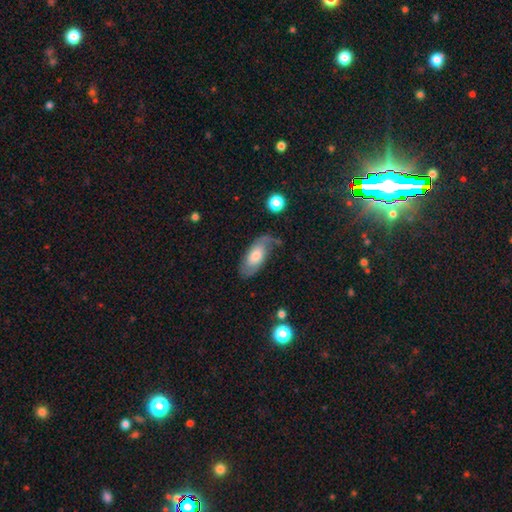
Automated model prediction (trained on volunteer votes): The model was most divided on "smooth or featured": featured or disk: 53%, smooth: 40%, star or artifact: 7%. More confident: edge-on disk — no (89%); merging — none (62%).